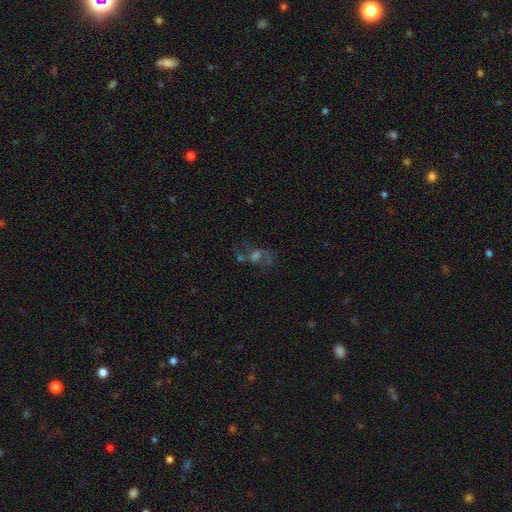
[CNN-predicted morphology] Smooth or featured? Predicted: featured or disk (p=0.48). Merging? Predicted: none (p=0.45).